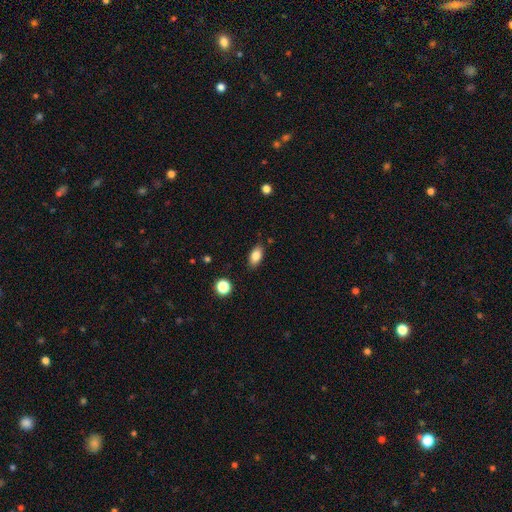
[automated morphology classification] Q: Smooth or featured?
A: smooth (83%); runner-up: star or artifact (9%)
Q: How rounded?
A: in between (89%); runner-up: round (6%)
Q: Merging?
A: none (84%); runner-up: minor disturbance (12%)